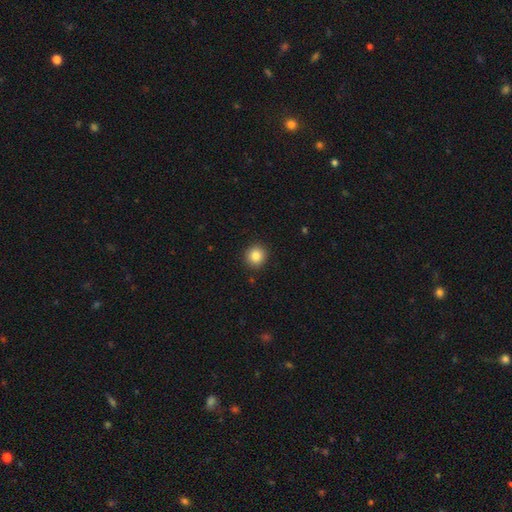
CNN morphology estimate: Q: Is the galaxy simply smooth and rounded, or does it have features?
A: smooth — 86%.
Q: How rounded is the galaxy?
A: round — 91%.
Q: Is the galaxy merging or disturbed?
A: none — 91%.